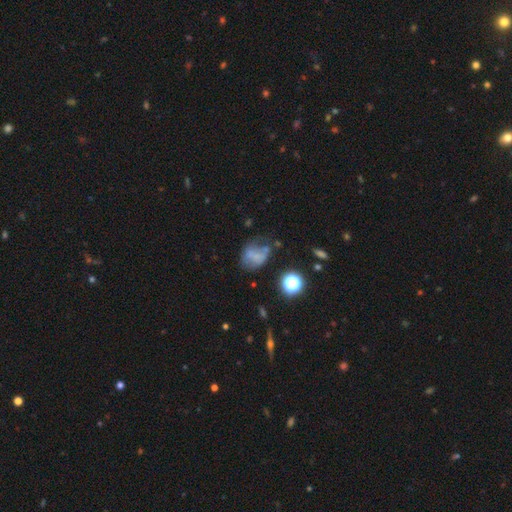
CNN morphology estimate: Smooth or featured: smooth — 51% (featured or disk — 32%)
How rounded: in between — 51% (round — 47%)
Merging: none — 38% (minor disturbance — 26%)